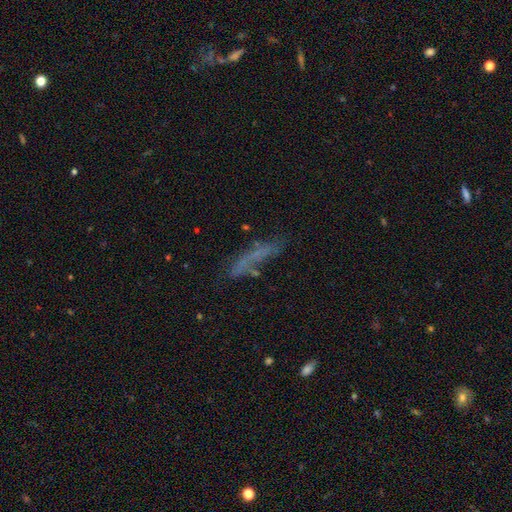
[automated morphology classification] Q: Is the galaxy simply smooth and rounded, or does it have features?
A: smooth — 44%.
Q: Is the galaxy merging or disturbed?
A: none — 50%.